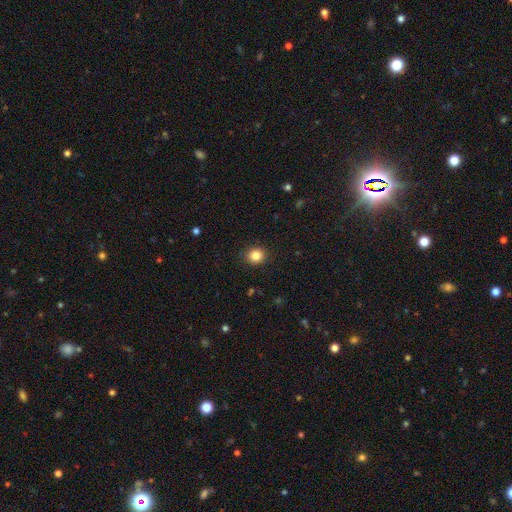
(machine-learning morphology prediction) smooth 85%, star or artifact 10%, featured or disk 5%. Down the decision tree: how rounded — round (80%); merging — none (91%).